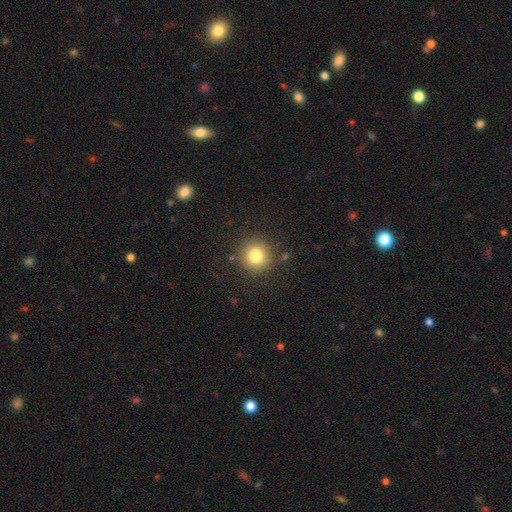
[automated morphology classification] Smooth or featured? smooth (80%)
How rounded? round (94%)
Merging? none (88%)